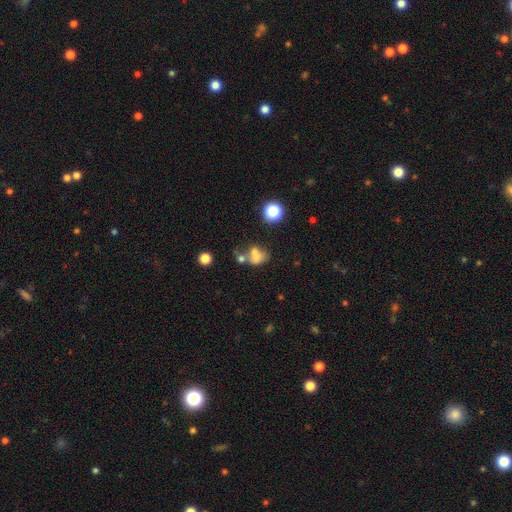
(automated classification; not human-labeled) Smooth or featured? smooth (62%)
How rounded? in between (59%)
Merging? merger (47%)